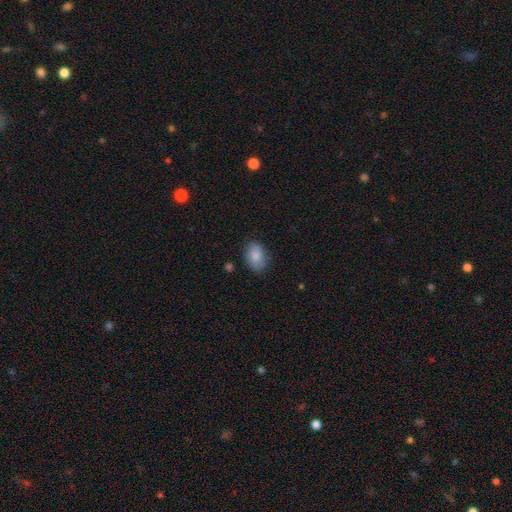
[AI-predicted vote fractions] This appears to be a smooth galaxy with no disk features (86%) that is in between round and cigar-shaped (82%). Merging: none (78%).